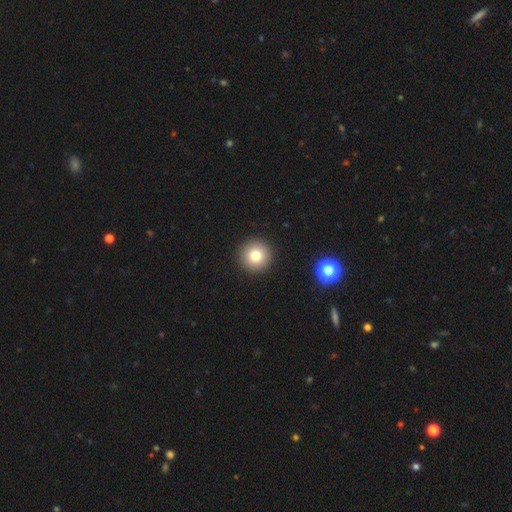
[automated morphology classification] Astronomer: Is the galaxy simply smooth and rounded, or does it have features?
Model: smooth — 78%.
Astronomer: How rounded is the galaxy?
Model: round — 96%.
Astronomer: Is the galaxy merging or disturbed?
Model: none — 93%.